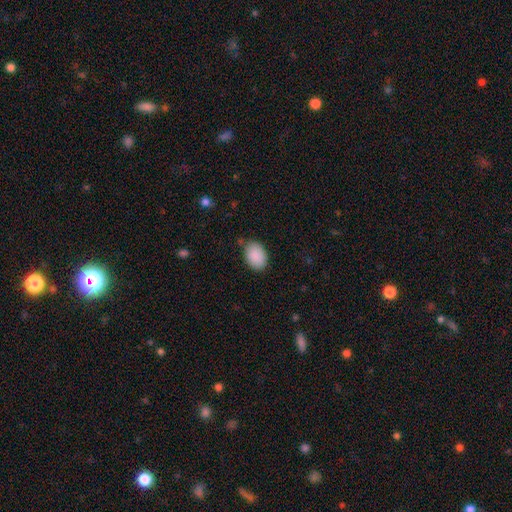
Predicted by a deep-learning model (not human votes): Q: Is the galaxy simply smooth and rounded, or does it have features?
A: smooth — 90%.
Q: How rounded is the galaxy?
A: in between — 83%.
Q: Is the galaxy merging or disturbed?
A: none — 80%.